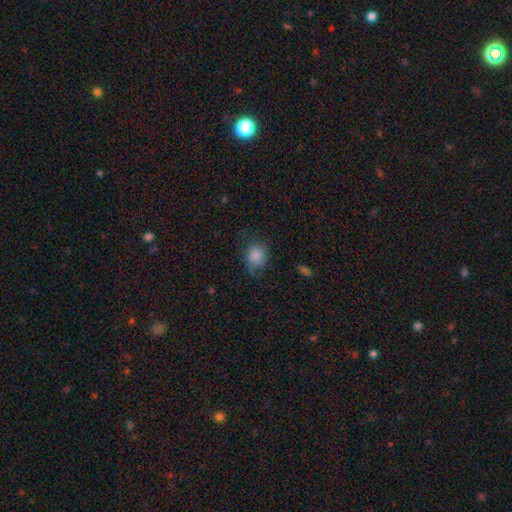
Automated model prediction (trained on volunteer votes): A smooth galaxy with no disk features (81%) that is round (63%). Merging: none (57%).